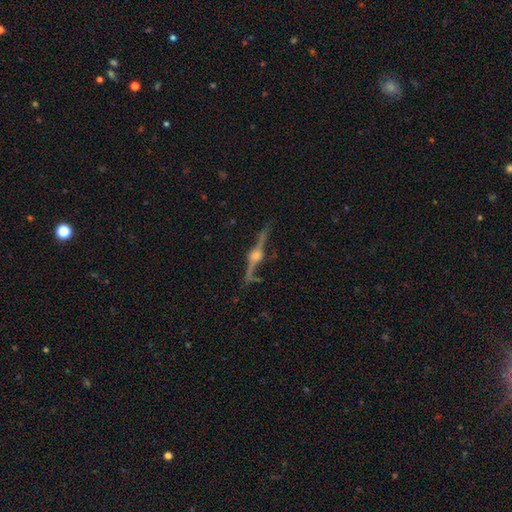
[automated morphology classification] This appears to be a featured or disk galaxy (88%) viewed edge-on (95%) with a rounded central bulge (94%). Merging: none (81%).